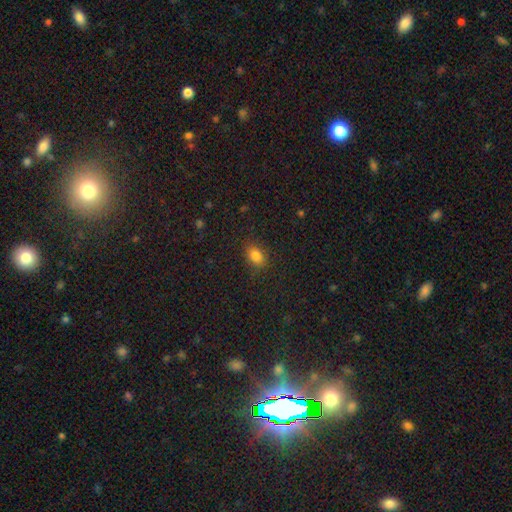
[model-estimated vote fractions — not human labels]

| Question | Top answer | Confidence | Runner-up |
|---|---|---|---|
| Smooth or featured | smooth | 82% | star or artifact (12%) |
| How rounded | in between | 73% | round (26%) |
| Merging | none | 84% | minor disturbance (11%) |